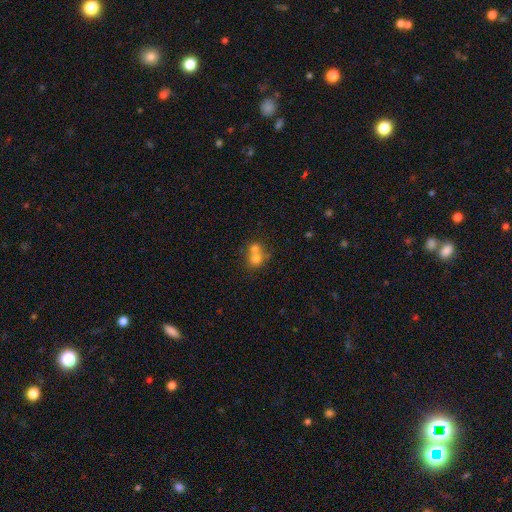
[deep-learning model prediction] A smooth galaxy with no disk features (70%) that is round (77%). Merging: merger (61%).